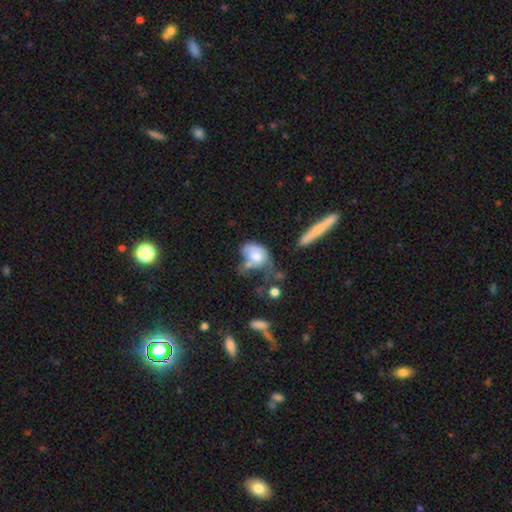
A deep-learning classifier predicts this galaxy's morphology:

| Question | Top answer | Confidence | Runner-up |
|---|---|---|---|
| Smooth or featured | smooth | 60% | featured or disk (32%) |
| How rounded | in between | 77% | round (21%) |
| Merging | major disturbance | 35% | merger (28%) |